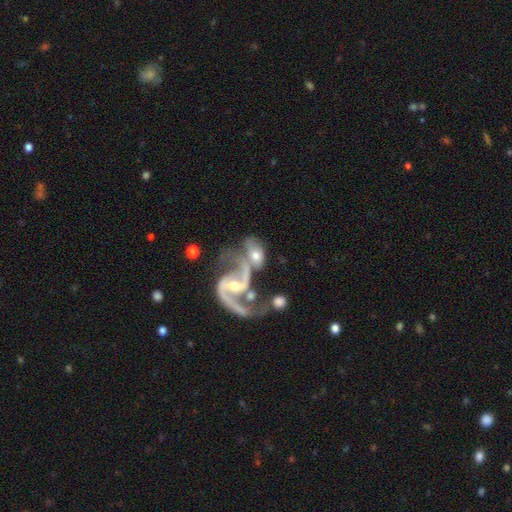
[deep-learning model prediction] Smooth or featured: featured or disk — 72% (smooth — 21%)
Edge-on disk: no — 96% (yes — 4%)
Bar: weak — 42% (no — 35%)
Spiral arms: yes — 87% (no — 13%)
Spiral winding: loose — 58% (medium — 34%)
Spiral arm count: 2 — 87% (1 — 6%)
Bulge size: moderate — 60% (small — 28%)
Merging: merger — 50% (none — 25%)